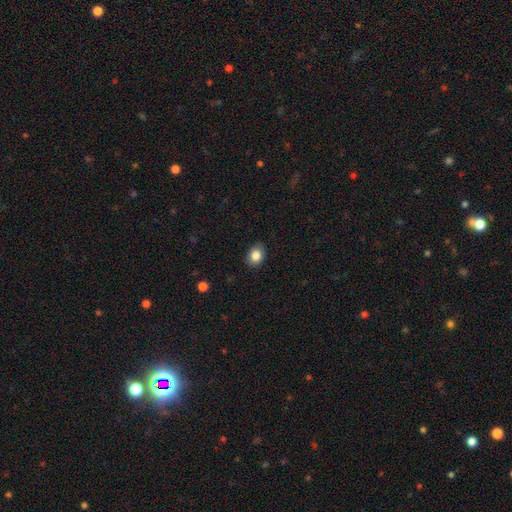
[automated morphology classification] A smooth galaxy with no disk features (84%) that is in between round and cigar-shaped (57%).

Vote fractions:
- Smooth or featured? smooth: 84% / star or artifact: 9% / featured or disk: 7%
- How rounded? in between: 57% / round: 42% / cigar-shaped: 1%
- Merging? none: 85% / minor disturbance: 11% / major disturbance: 2% / merger: 1%